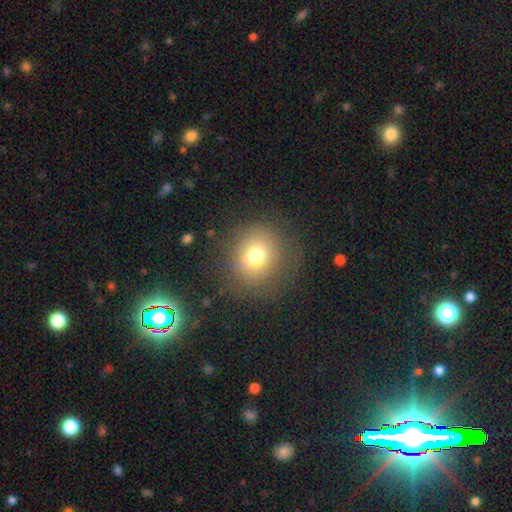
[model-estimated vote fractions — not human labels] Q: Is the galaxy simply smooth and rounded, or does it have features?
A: smooth — 72%.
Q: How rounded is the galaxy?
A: round — 87%.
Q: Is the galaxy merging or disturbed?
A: none — 79%.